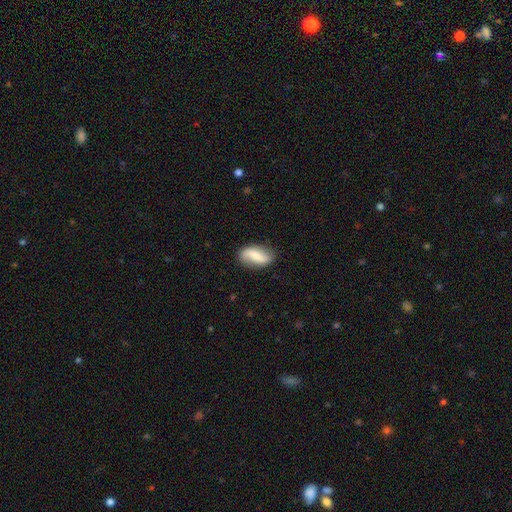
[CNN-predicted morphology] Smooth or featured: smooth — 48% (featured or disk — 45%)
Merging: none — 81% (minor disturbance — 14%)